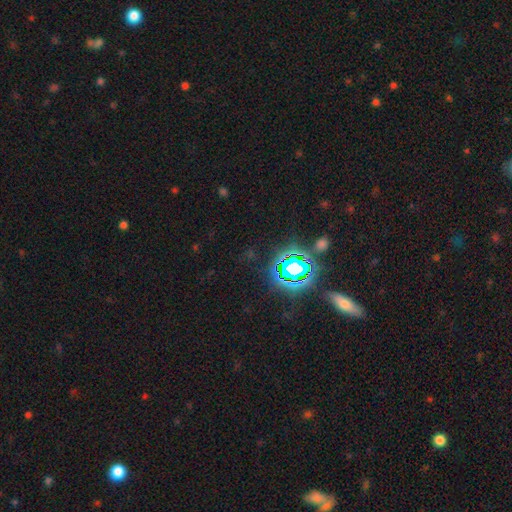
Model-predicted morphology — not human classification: smooth_or_featured: star or artifact (p=0.77) [alt: smooth p=0.15]